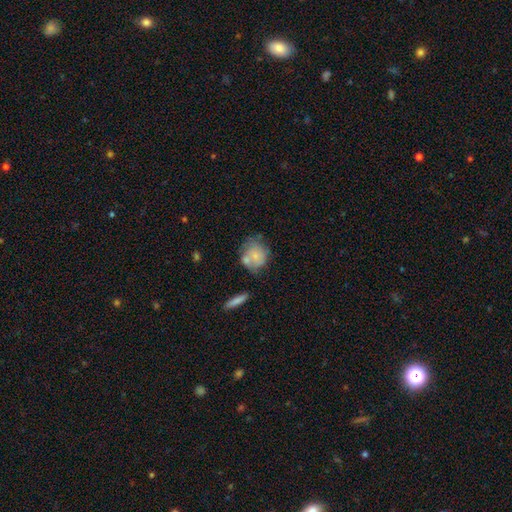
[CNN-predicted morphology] type=smooth (67%); roundness=round (64%); merging=none (42%).